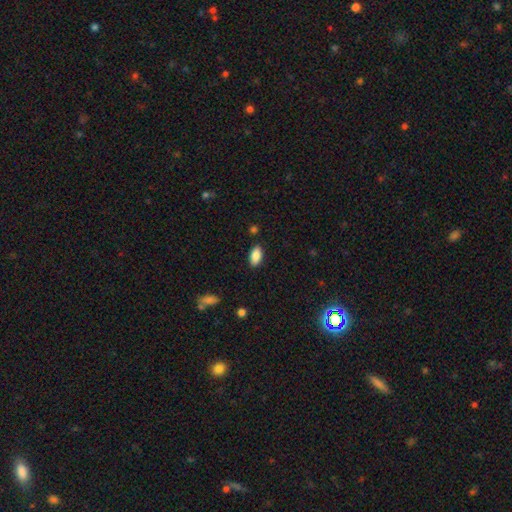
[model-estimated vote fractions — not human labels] smooth-or-featured: smooth: 88% | star or artifact: 7% | featured or disk: 5%
  how-rounded: in between: 91% | cigar-shaped: 6% | round: 3%
  merging: none: 86% | minor disturbance: 10% | major disturbance: 2% | merger: 2%